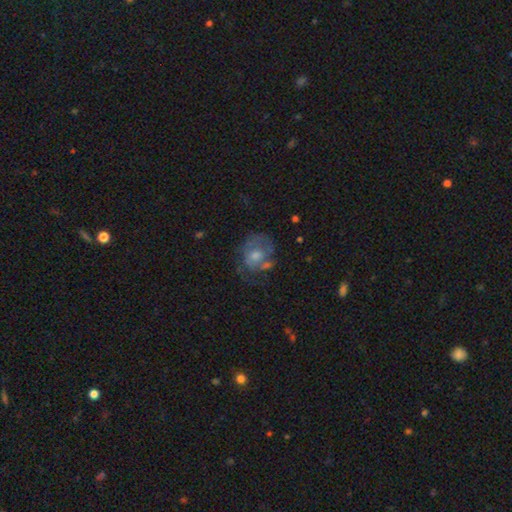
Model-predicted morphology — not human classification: type=featured or disk (55%); edge-on=no (97%); bar=no (72%); spiral arms=yes (58%); bulge=moderate (55%); merging=none (49%).